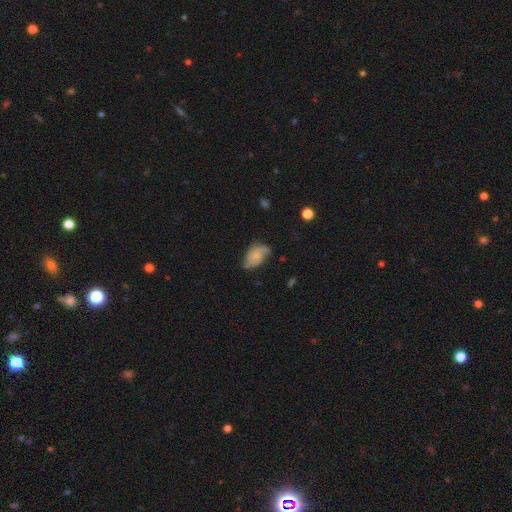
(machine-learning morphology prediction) The model was most divided on "smooth or featured": smooth: 50%, featured or disk: 41%, star or artifact: 9%. Remaining: how rounded — in between (89%); merging — none (49%).